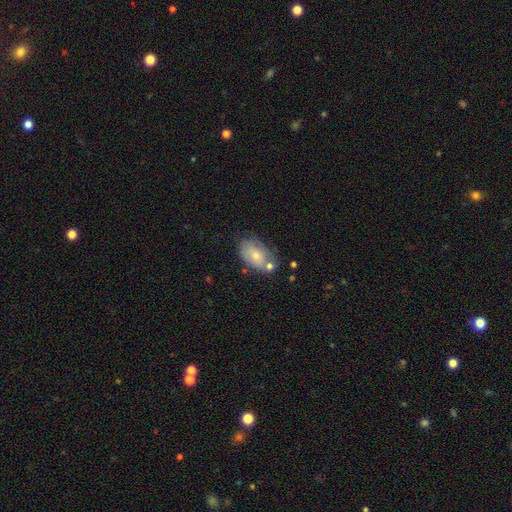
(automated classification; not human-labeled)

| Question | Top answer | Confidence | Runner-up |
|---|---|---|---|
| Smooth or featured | smooth | 67% | featured or disk (26%) |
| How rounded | in between | 88% | round (10%) |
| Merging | none | 52% | minor disturbance (25%) |